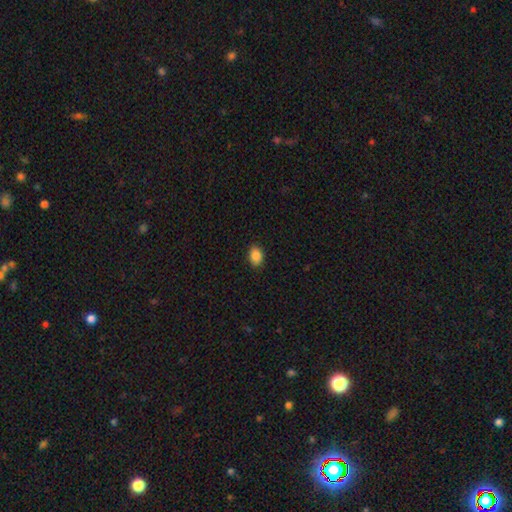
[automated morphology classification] Smooth or featured: smooth — 88% (star or artifact — 8%)
How rounded: in between — 75% (round — 23%)
Merging: none — 86% (minor disturbance — 11%)